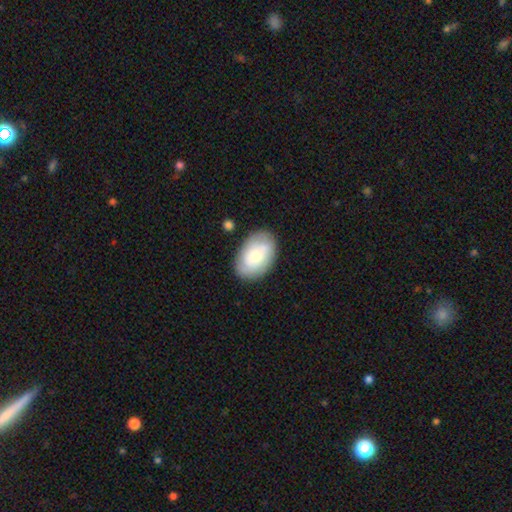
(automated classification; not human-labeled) This appears to be a smooth galaxy with no disk features (65%) that is in between round and cigar-shaped (87%). Merging: none (81%).